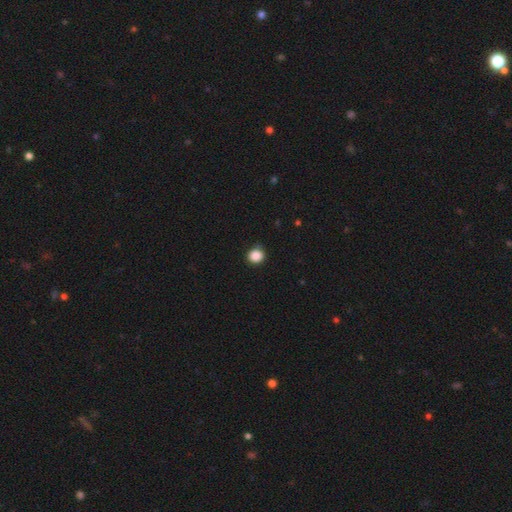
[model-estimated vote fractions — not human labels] This is clearly a smooth galaxy (87%). How rounded: clearly round (85%). Merging: clearly none (85%).